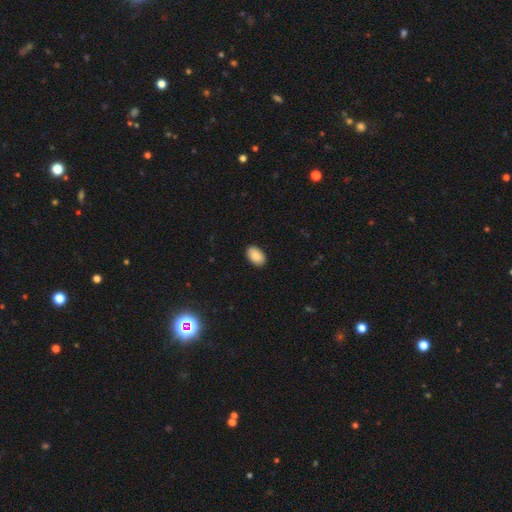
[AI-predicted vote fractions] Overall: smooth (89%). How rounded: in between (91%). Merging: none (89%).